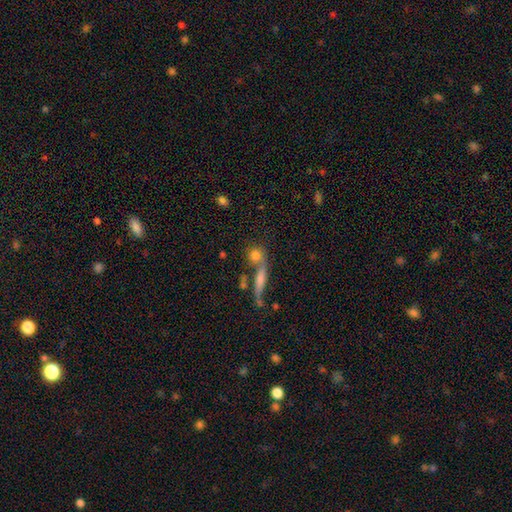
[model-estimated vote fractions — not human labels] Smooth or featured? smooth (44%)
Merging? none (52%)